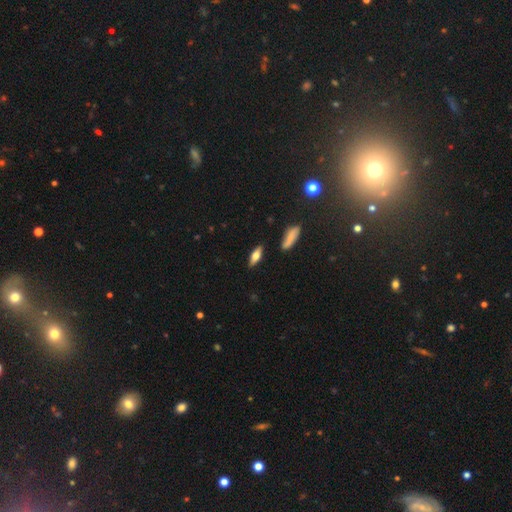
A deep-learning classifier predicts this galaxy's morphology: Smooth or featured? smooth (56%)
How rounded? in between (63%)
Merging? none (85%)